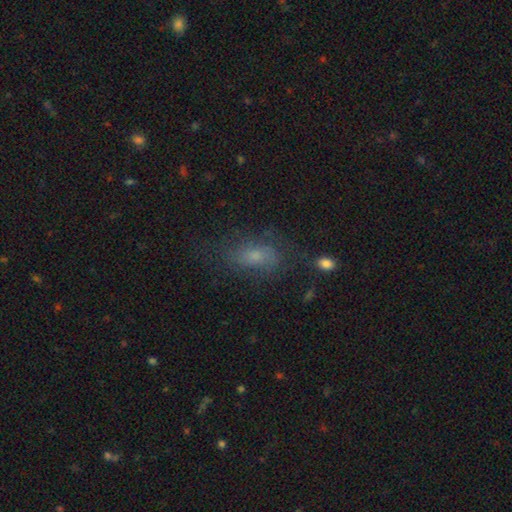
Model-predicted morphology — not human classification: smooth_or_featured: smooth (p=0.53) [alt: featured or disk p=0.31]
how_rounded: in between (p=0.81) [alt: round p=0.13]
merging: none (p=0.59) [alt: minor disturbance p=0.22]